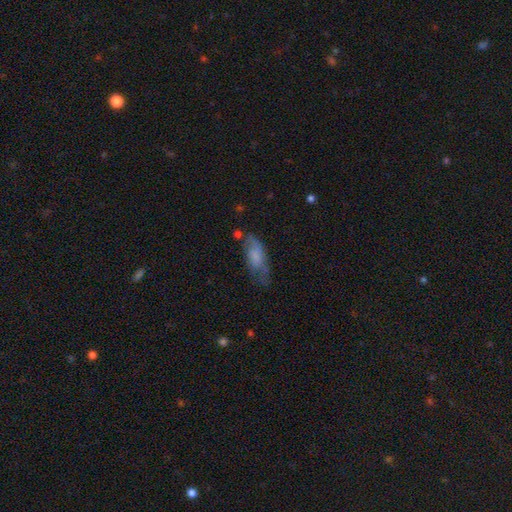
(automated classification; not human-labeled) This appears to be a smooth galaxy with no disk features (62%) that is in between round and cigar-shaped (76%). Merging: none (44%).